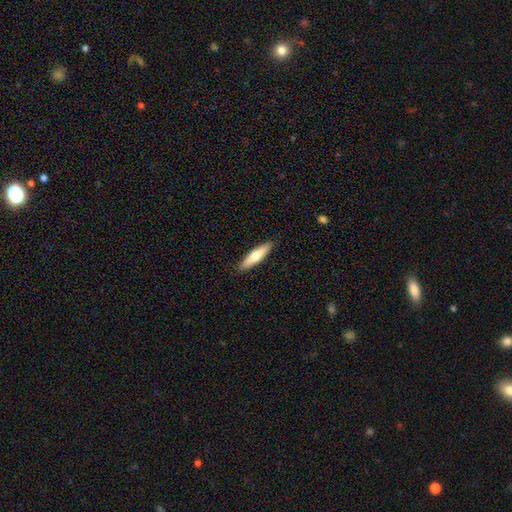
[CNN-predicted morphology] This appears to be a smooth galaxy with no disk features (62%) that is cigar-shaped (75%). Merging: none (90%).